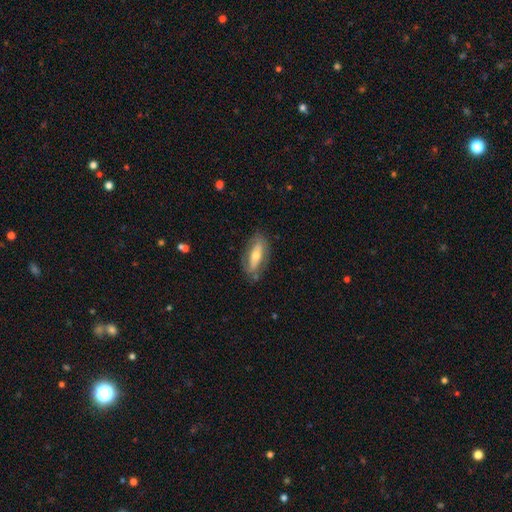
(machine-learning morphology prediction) Overall: featured or disk (54%; smooth 39%). Edge-on disk: no (76%). Merging: none (74%).